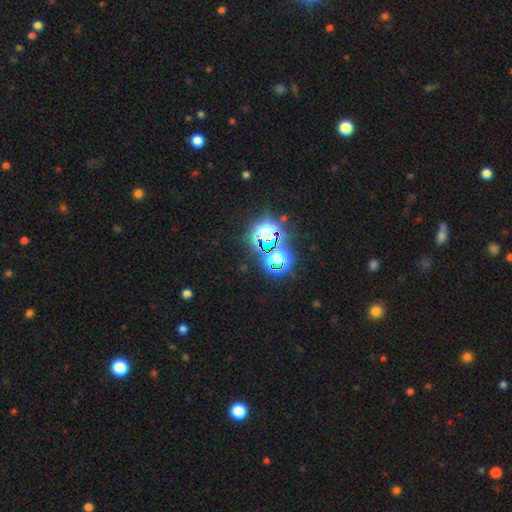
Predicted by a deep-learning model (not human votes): Q: Smooth or featured?
A: star or artifact (73%); runner-up: smooth (18%)